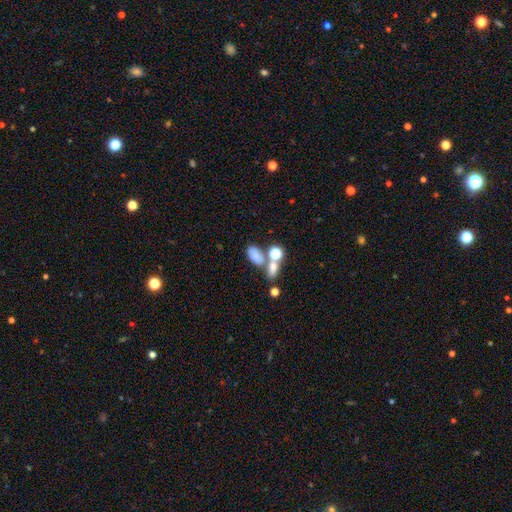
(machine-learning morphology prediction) type=smooth (71%); roundness=in between (84%); merging=merger (41%).